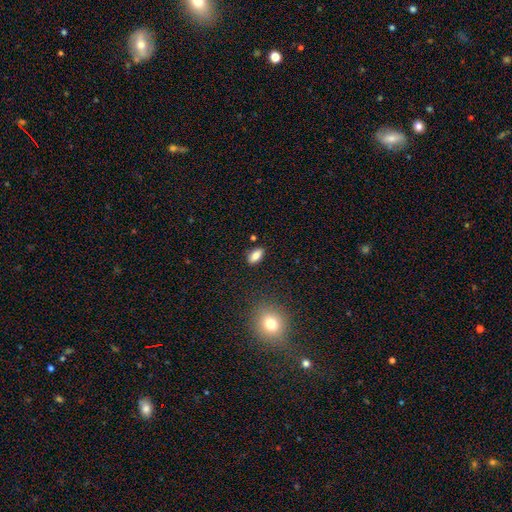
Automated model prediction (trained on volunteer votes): Smooth or featured?
  - smooth: 82% *
  - featured or disk: 9%
  - star or artifact: 9%
How rounded?
  - in between: 88% *
  - cigar-shaped: 7%
  - round: 5%
Merging?
  - none: 84% *
  - minor disturbance: 11%
  - major disturbance: 3%
  - merger: 2%